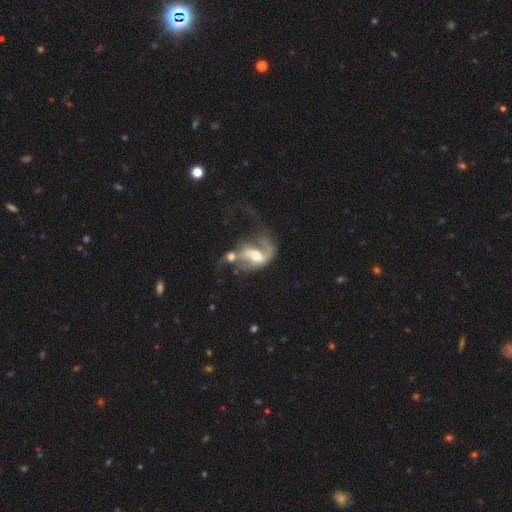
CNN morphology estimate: The model was most divided on "bar": weak: 41%, no: 34%, strong: 25%. Remaining: edge-on disk — no (96%); spiral arms — yes (82%); smooth or featured — featured or disk (76%); spiral winding — loose (61%); bulge size — moderate (60%); spiral arm count — 2 (56%); merging — merger (45%).